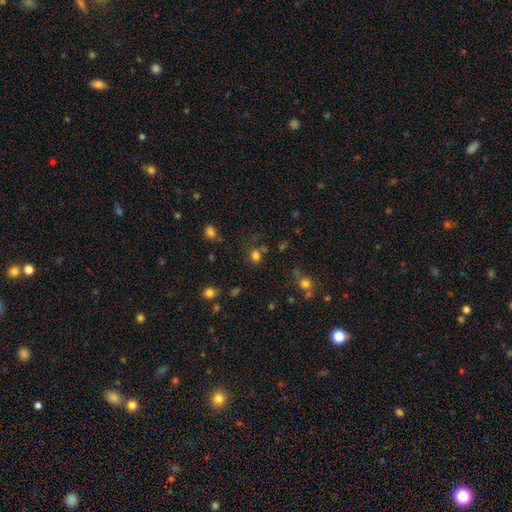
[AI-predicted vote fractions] This is likely a smooth galaxy (73%). How rounded: likely round (80%). Merging: likely none (70%).